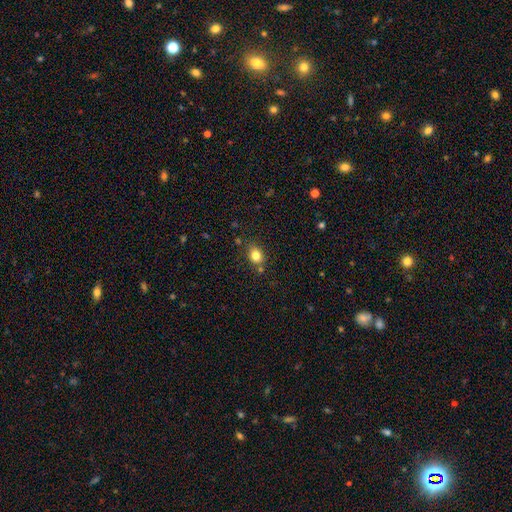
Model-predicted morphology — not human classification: This appears to be a smooth galaxy with no disk features (80%) that is in between round and cigar-shaped (52%). Merging: none (74%).